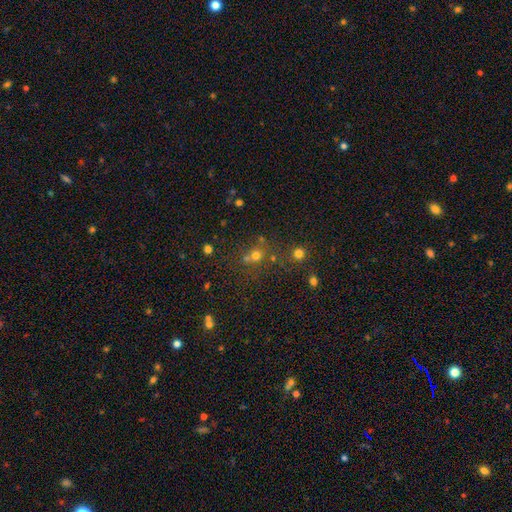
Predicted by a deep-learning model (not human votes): Morphology: type=smooth (64%); roundness=round (86%); merging=none (58%).